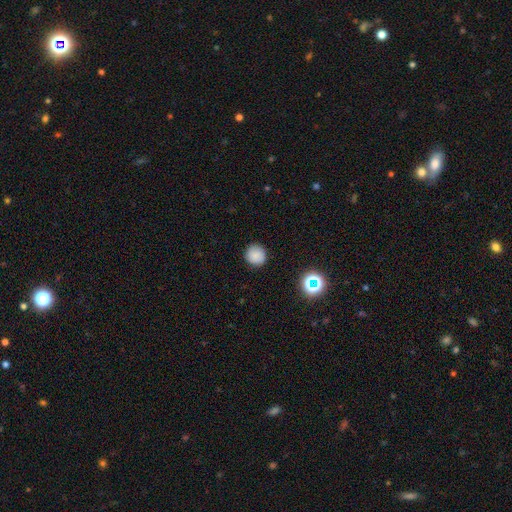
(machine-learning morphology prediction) The model was most divided on "smooth or featured": smooth: 83%, star or artifact: 12%, featured or disk: 5%. More confident: how rounded — round (92%); merging — none (89%).